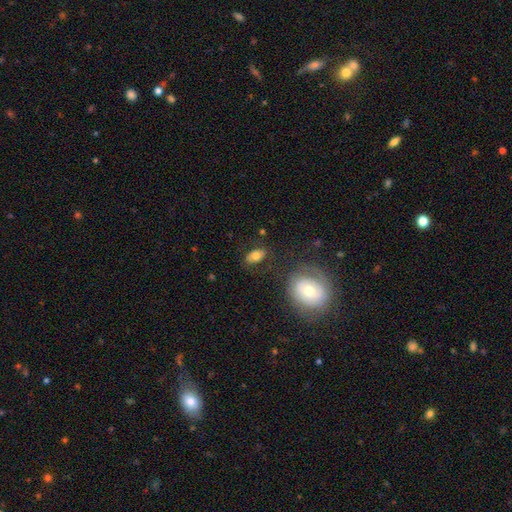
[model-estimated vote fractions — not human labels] Smooth or featured: smooth — 71% (featured or disk — 20%)
How rounded: in between — 87% (round — 10%)
Merging: none — 78% (minor disturbance — 13%)